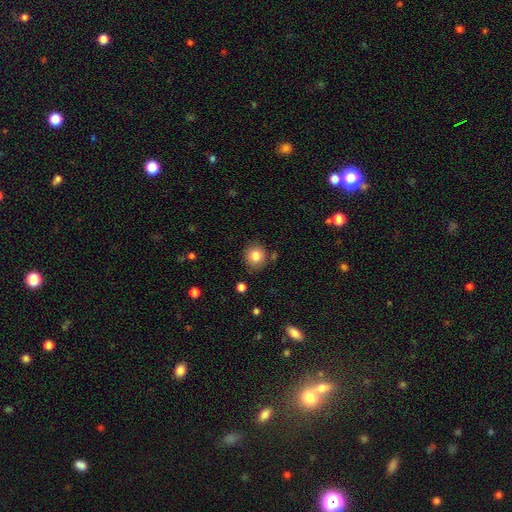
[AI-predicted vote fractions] Overall: smooth (83%). How rounded: round (88%). Merging: none (84%).